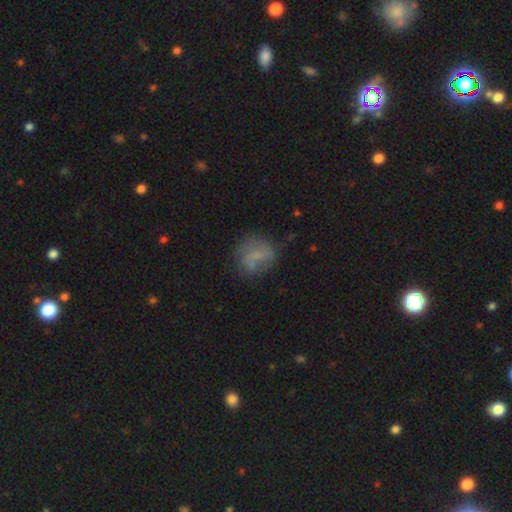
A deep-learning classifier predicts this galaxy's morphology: Smooth or featured? smooth (58%)
How rounded? round (71%)
Merging? none (61%)